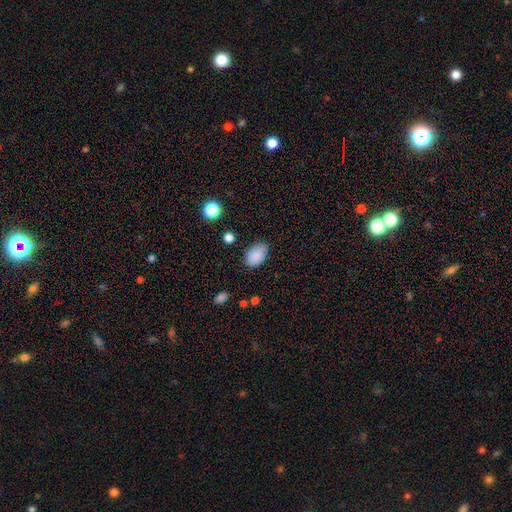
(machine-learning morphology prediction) The model was most divided on "merging": none: 78%, minor disturbance: 17%, major disturbance: 3%, merger: 2%. More confident: how rounded — in between (89%); smooth or featured — smooth (87%).